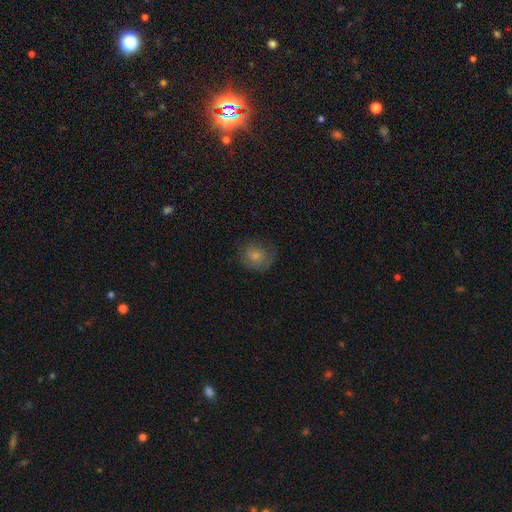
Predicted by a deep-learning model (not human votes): This appears to be a smooth galaxy with no disk features (77%) that is round (76%). Merging: none (64%).